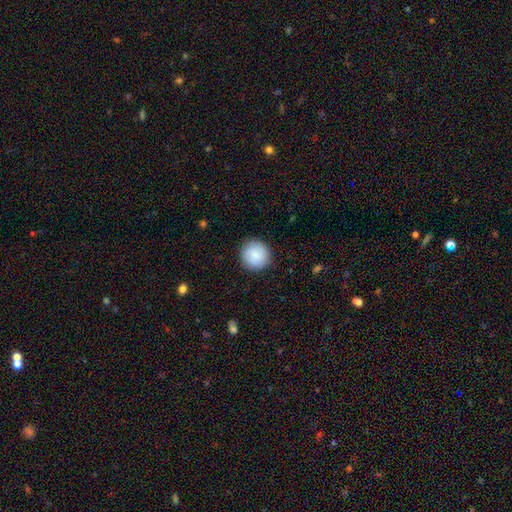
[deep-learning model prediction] A smooth galaxy with no disk features (89%) that is round (95%).

Vote fractions:
- Smooth or featured? smooth: 89% / star or artifact: 7% / featured or disk: 5%
- How rounded? round: 95% / in between: 4% / cigar-shaped: 1%
- Merging? none: 92% / minor disturbance: 6% / major disturbance: 2% / merger: 1%